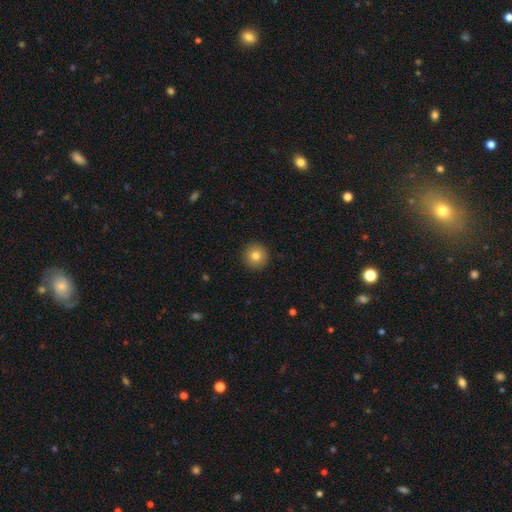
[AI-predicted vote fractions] This is clearly a smooth galaxy (81%). How rounded: clearly round (95%). Merging: clearly none (93%).